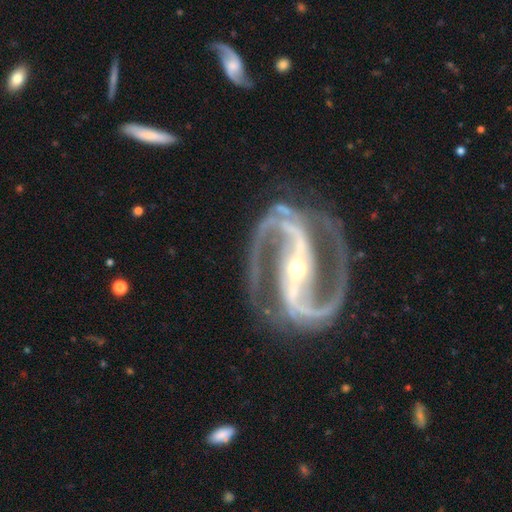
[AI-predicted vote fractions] featured or disk 95%, star or artifact 3%, smooth 2%. Down the decision tree: edge-on disk — no (98%); bar — strong (75%); spiral arms — yes (99%); spiral arm count — 2 (95%); spiral winding — medium (62%); bulge size — small (63%); merging — none (83%).